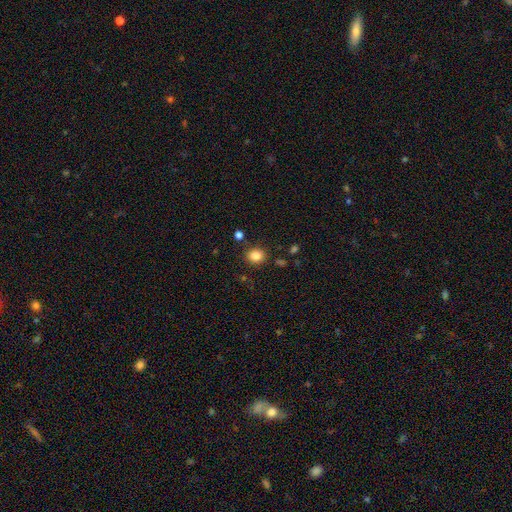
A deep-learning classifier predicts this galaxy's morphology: This appears to be a smooth galaxy with no disk features (84%) that is round (75%). Merging: none (86%).